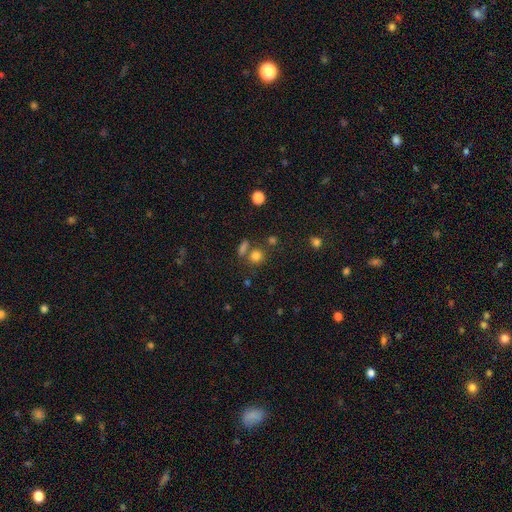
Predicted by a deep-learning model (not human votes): Overall: smooth (77%). How rounded: round (83%). Merging: none (64%).